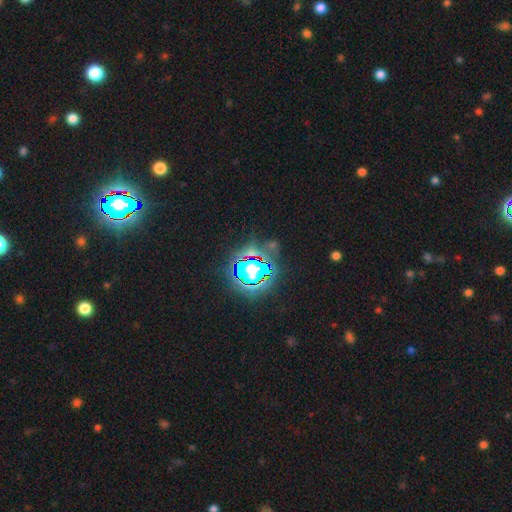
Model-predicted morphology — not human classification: Q: Smooth or featured?
A: star or artifact (84%); runner-up: smooth (9%)